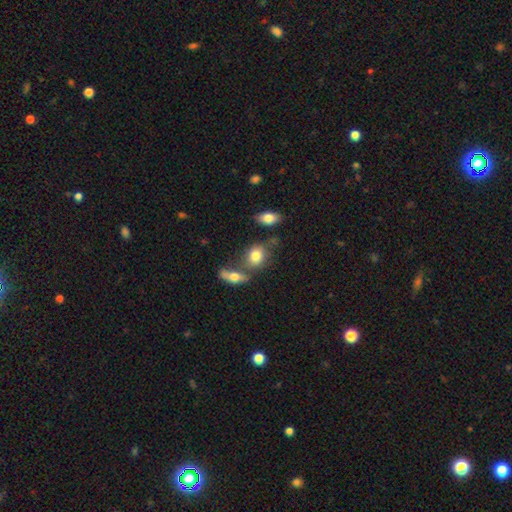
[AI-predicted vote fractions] smooth 79%, featured or disk 12%, star or artifact 9%. Down the decision tree: how rounded — in between (58%); merging — none (54%).